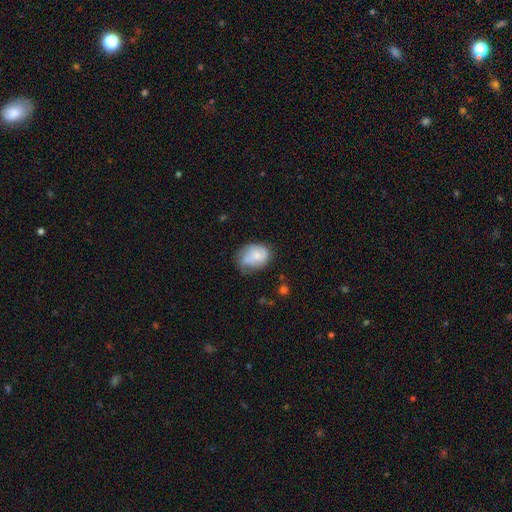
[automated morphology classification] Smooth or featured: smooth — 63% (featured or disk — 29%)
How rounded: in between — 65% (round — 34%)
Merging: none — 46% (minor disturbance — 34%)